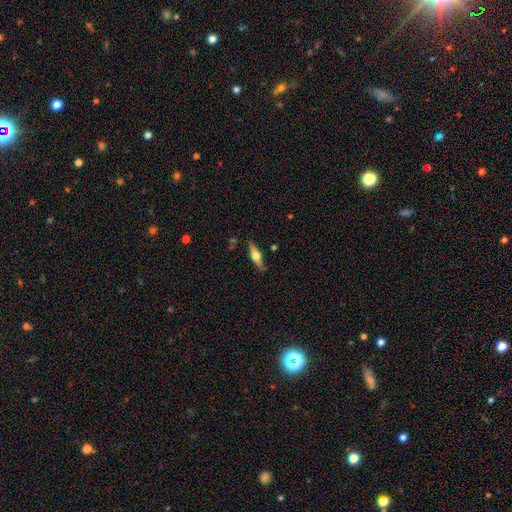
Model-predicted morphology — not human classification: smooth_or_featured: featured or disk (p=0.58) [alt: smooth p=0.36]
disk_edge_on: yes (p=0.93) [alt: no p=0.07]
edge_on_bulge: rounded (p=0.93) [alt: boxy p=0.05]
merging: none (p=0.81) [alt: minor disturbance p=0.14]